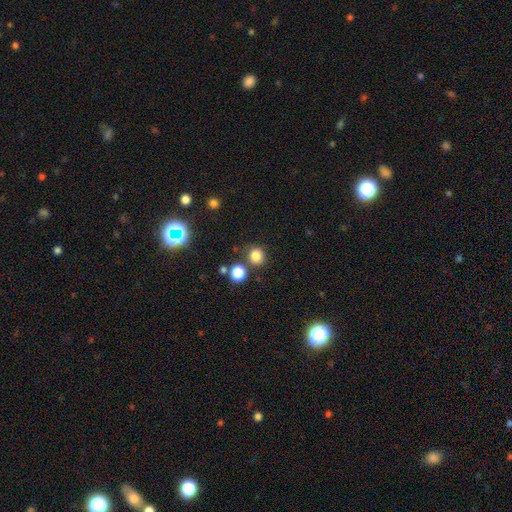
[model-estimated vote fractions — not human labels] The model was most divided on "merging": none: 77%, merger: 11%, minor disturbance: 9%, major disturbance: 3%. More confident: how rounded — round (86%); smooth or featured — smooth (81%).